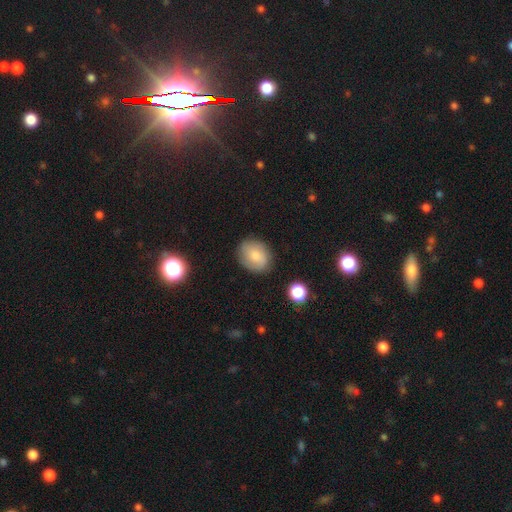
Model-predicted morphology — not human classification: Smooth or featured? smooth (71%)
How rounded? round (54%)
Merging? none (80%)